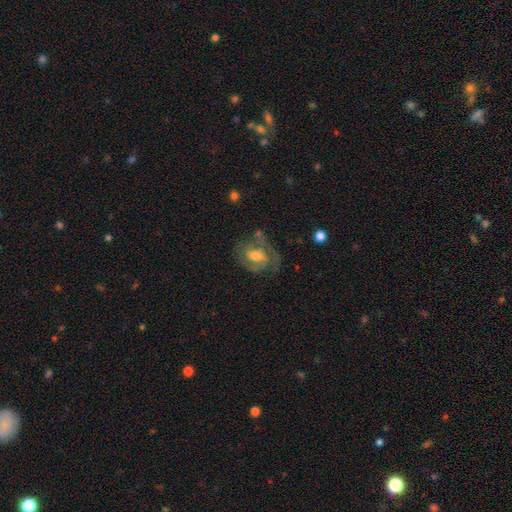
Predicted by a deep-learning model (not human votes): Overall: featured or disk (75%). Edge-on disk: no (96%). Bar: weak (46%; no 38%). Spiral arms: yes (86%). Spiral arm count: 2 (54%; can't tell 22%). Spiral winding: medium (46%; tight 38%). Bulge size: moderate (61%; small 29%). Merging: none (54%; minor disturbance 23%).